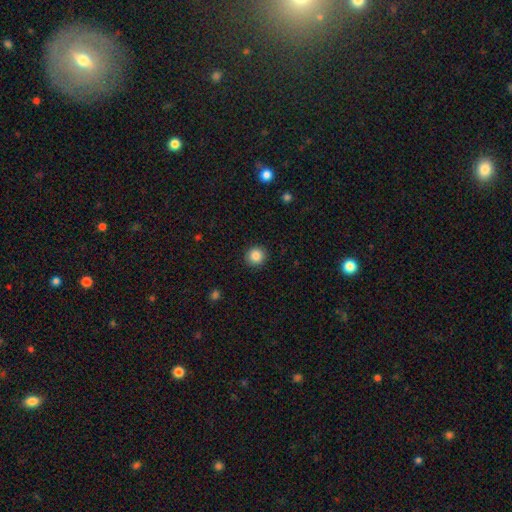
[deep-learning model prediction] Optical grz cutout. It shows a smooth galaxy with no disk features (86%) that is round (92%). Merging: none (92%).